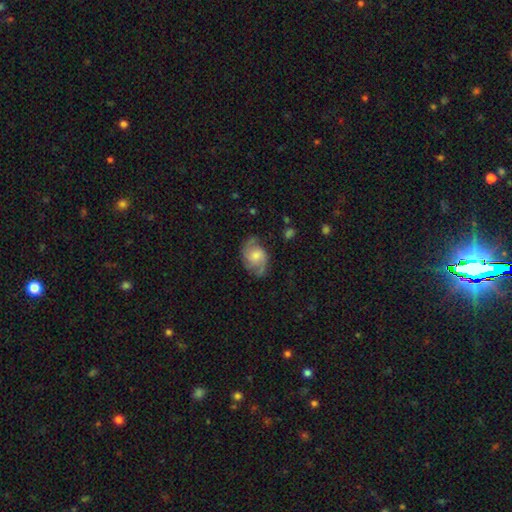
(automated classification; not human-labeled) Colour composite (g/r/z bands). It shows a featured or disk galaxy (74%) with no bar (63%), 2 (79%) medium (49%) spiral arms (94%) and a moderate central bulge (42%). Merging: none (70%).